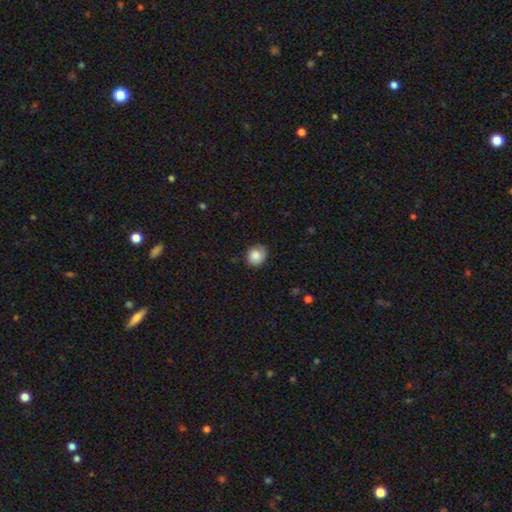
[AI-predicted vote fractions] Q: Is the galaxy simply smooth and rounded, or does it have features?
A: smooth — 86%.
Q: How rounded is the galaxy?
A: round — 74%.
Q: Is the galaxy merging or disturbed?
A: none — 78%.